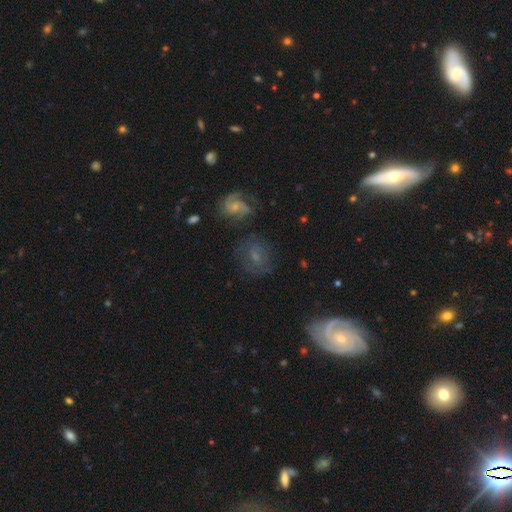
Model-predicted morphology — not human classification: Q: Smooth or featured?
A: featured or disk (51%); runner-up: smooth (32%)
Q: Edge-on disk?
A: no (96%); runner-up: yes (4%)
Q: Merging?
A: none (68%); runner-up: minor disturbance (17%)